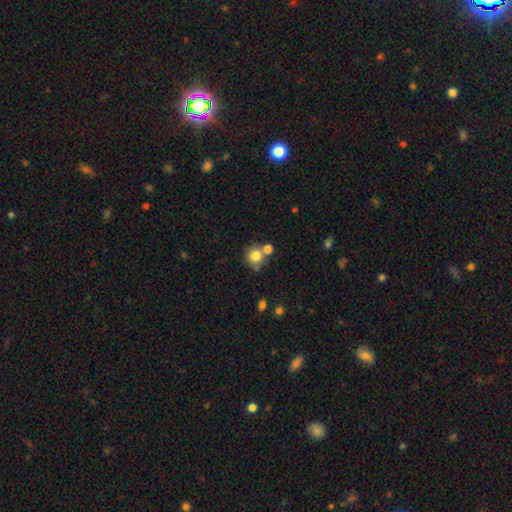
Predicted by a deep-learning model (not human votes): A smooth galaxy with no disk features (79%) that is round (86%).

Vote fractions:
- Smooth or featured? smooth: 79% / featured or disk: 10% / star or artifact: 10%
- How rounded? round: 86% / in between: 13% / cigar-shaped: 1%
- Merging? none: 57% / merger: 28% / minor disturbance: 11% / major disturbance: 4%